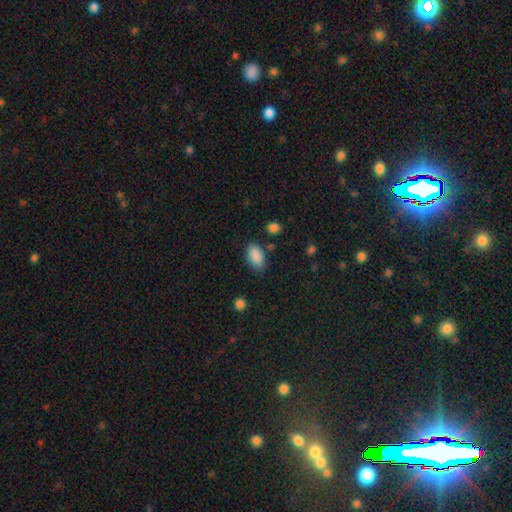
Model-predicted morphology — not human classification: type=smooth (89%); roundness=in between (92%); merging=none (78%).